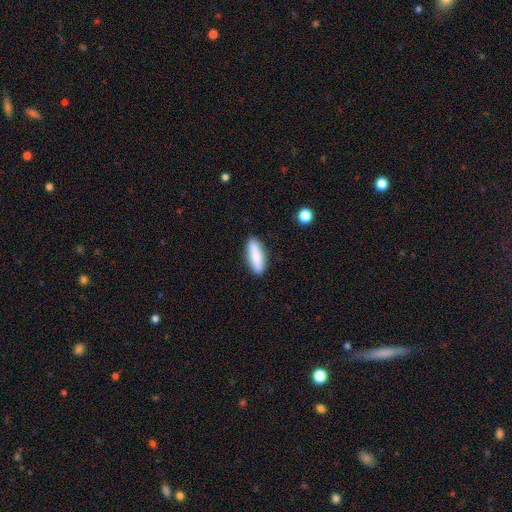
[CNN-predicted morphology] This is clearly a smooth galaxy (83%). How rounded: likely cigar-shaped (62%). Merging: clearly none (89%).